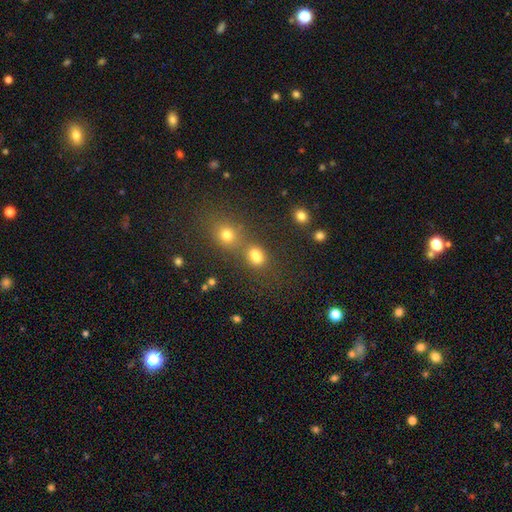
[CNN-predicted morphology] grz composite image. It shows a smooth galaxy with no disk features (73%) that is round (51%). Merging: none (46%).